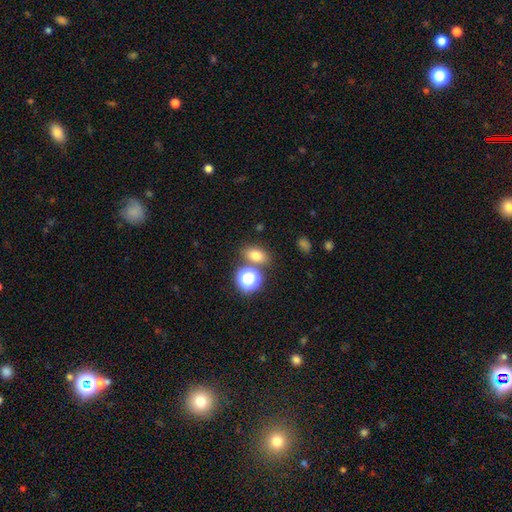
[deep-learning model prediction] Smooth or featured: smooth — 74% (star or artifact — 17%)
How rounded: in between — 69% (round — 29%)
Merging: none — 71% (merger — 15%)